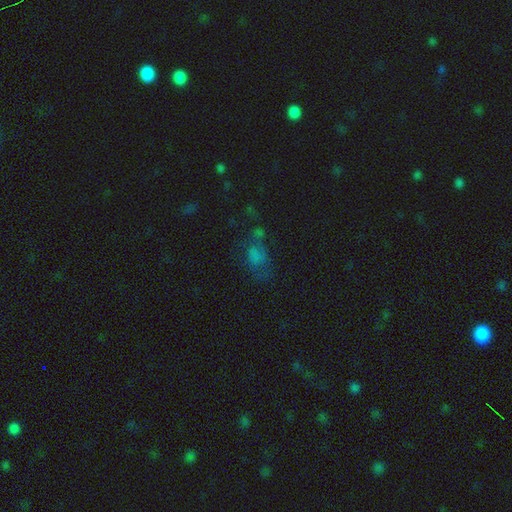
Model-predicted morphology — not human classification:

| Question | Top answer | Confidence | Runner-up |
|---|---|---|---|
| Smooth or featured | smooth | 52% | star or artifact (26%) |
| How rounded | in between | 75% | round (21%) |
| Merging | none | 38% | major disturbance (25%) |